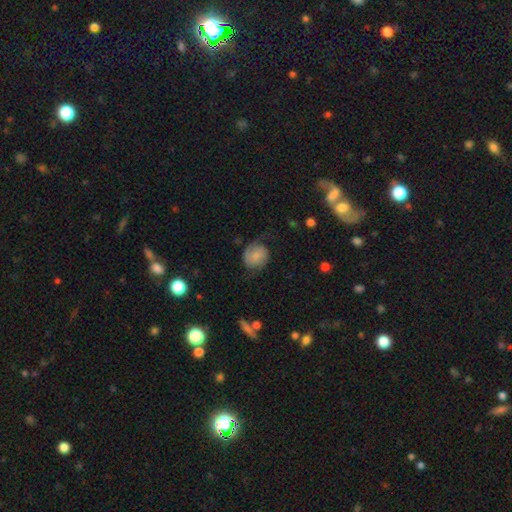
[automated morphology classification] Smooth or featured? Predicted: smooth (p=0.55). How rounded? Predicted: round (p=0.69). Merging? Predicted: none (p=0.52).